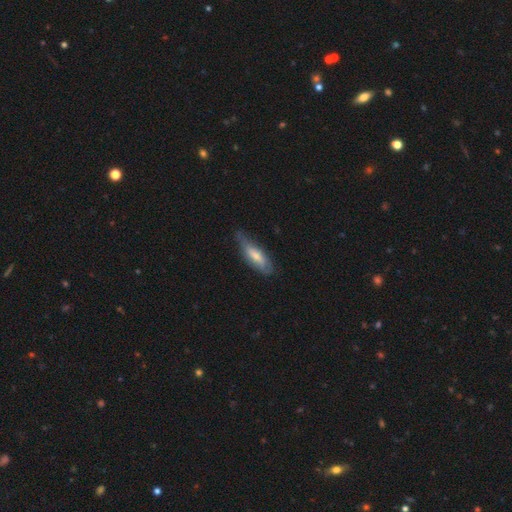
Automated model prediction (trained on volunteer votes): The model was most divided on "how rounded": in between: 53%, cigar-shaped: 46%, round: 2%. More confident: smooth or featured — smooth (63%); merging — none (55%).